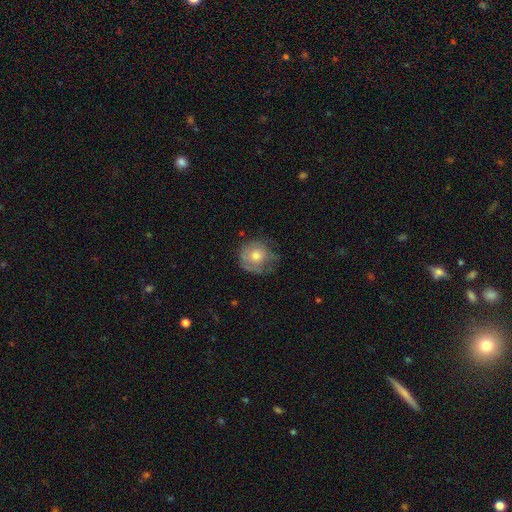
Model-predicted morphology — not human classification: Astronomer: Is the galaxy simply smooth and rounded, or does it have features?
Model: smooth — 55% (runner-up: featured or disk, 36%).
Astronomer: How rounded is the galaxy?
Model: round — 84%.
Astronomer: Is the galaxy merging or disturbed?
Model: none — 56%.